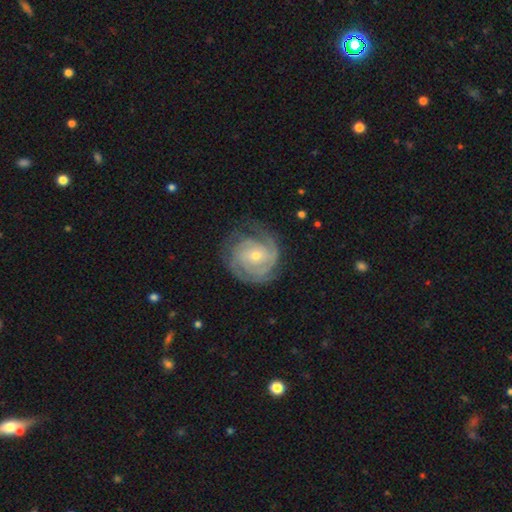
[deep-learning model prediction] featured or disk 87%, smooth 8%, star or artifact 5%. Down the decision tree: edge-on disk — no (98%); bar — no (63%); spiral arms — yes (97%); spiral arm count — 3 (29%); spiral winding — tight (74%); bulge size — small (62%); merging — none (73%).